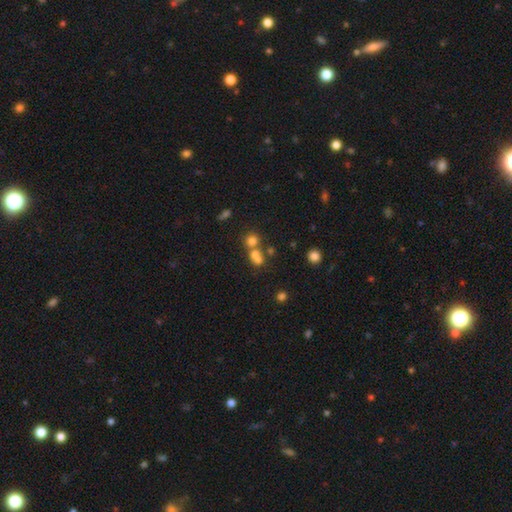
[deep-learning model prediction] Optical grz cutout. It shows a smooth galaxy with no disk features (67%) that is round (64%). Merging: merger (50%).